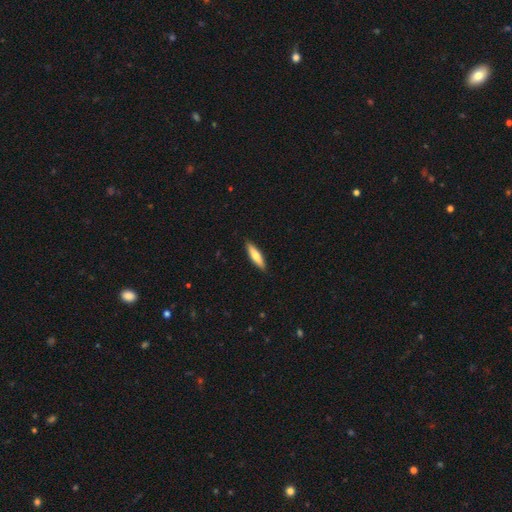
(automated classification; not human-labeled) Smooth or featured? Predicted: smooth (p=0.70). How rounded? Predicted: cigar-shaped (p=0.71). Merging? Predicted: none (p=0.90).